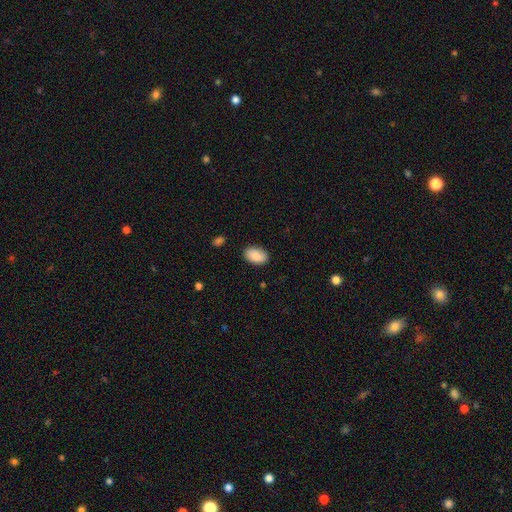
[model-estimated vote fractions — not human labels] smooth_or_featured: smooth (p=0.88) [alt: star or artifact p=0.06]
how_rounded: in between (p=0.92) [alt: round p=0.07]
merging: none (p=0.86) [alt: minor disturbance p=0.11]